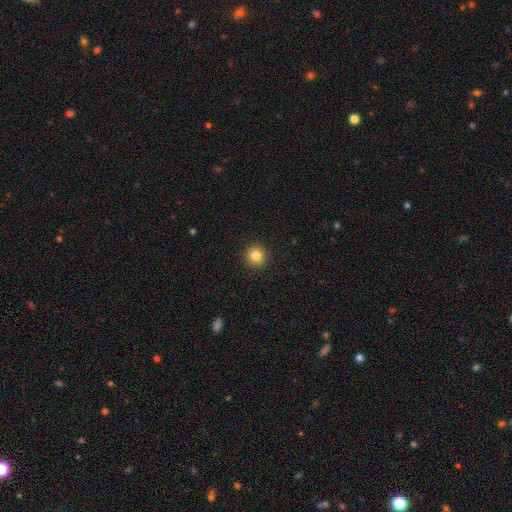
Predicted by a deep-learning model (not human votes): A smooth galaxy with no disk features (83%) that is round (93%). Merging: none (92%).